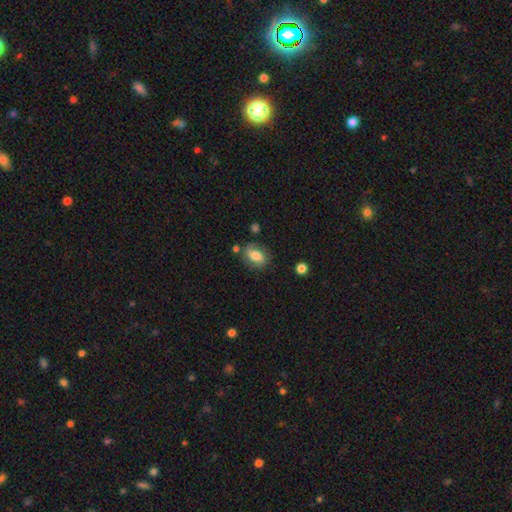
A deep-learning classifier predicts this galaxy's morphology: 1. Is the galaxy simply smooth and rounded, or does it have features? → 70% smooth, 22% featured or disk, 8% star or artifact.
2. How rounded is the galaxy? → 80% in between, 17% round, 3% cigar-shaped.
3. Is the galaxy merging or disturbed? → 71% none, 18% minor disturbance, 6% major disturbance, 5% merger.